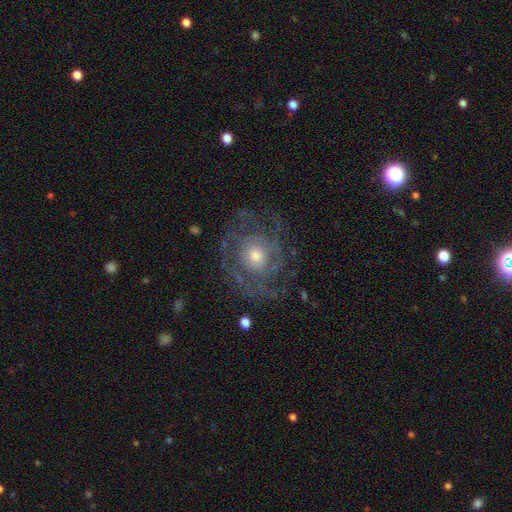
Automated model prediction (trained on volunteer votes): Smooth or featured? Predicted: featured or disk (p=0.81). Edge-on disk? Predicted: no (p=0.97). Bar? Predicted: no (p=0.80). Spiral arms? Predicted: yes (p=0.86). Spiral winding? Predicted: tight (p=0.60). Spiral arm count? Predicted: can't tell (p=0.37). Bulge size? Predicted: moderate (p=0.62). Merging? Predicted: none (p=0.72).